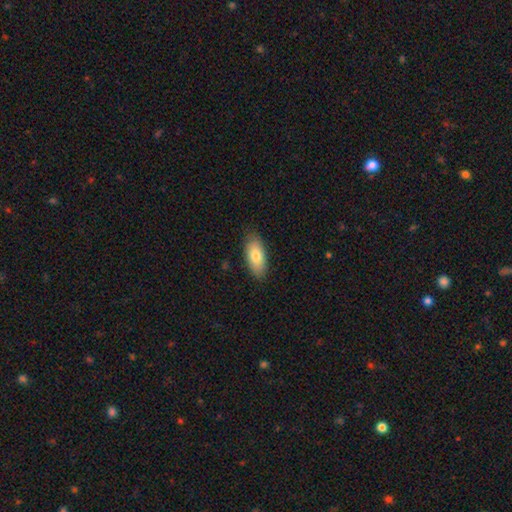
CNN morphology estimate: type=smooth (79%); roundness=in between (88%); merging=none (85%).